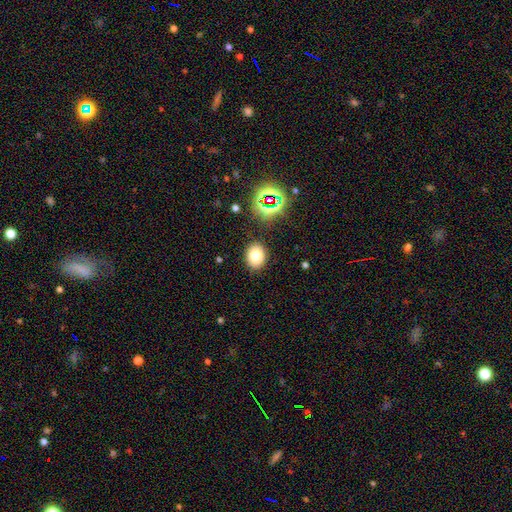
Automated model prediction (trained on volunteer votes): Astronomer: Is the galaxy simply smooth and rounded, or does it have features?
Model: smooth — 76%.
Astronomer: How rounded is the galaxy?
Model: in between — 51% (runner-up: round, 48%).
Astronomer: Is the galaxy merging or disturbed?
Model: none — 86%.